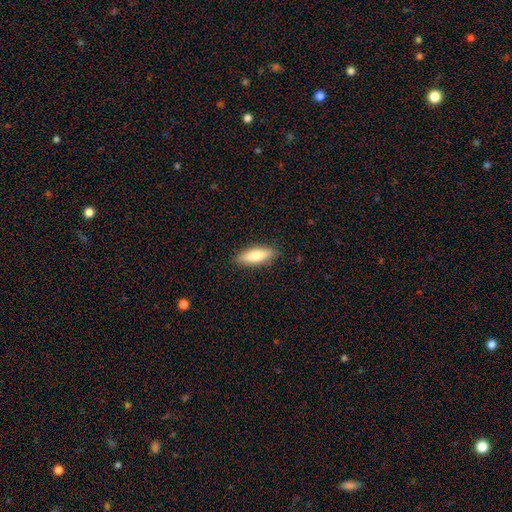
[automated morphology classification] This is likely a smooth galaxy (74%). How rounded: possibly in between (50%). Merging: clearly none (88%).